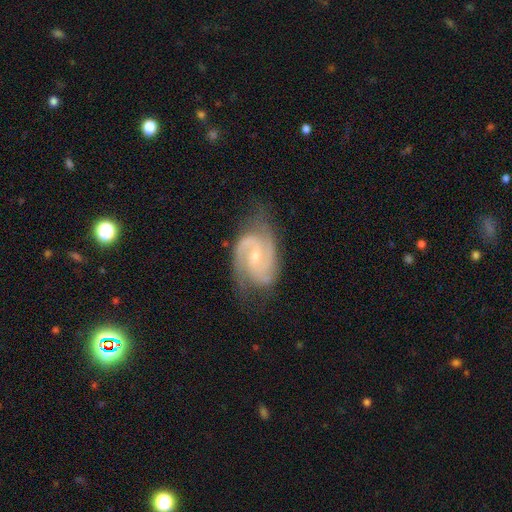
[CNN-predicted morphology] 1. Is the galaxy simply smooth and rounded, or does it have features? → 90% featured or disk, 5% star or artifact, 5% smooth.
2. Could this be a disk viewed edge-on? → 97% no, 3% yes.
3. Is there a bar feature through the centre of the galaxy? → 46% weak, 41% no, 13% strong.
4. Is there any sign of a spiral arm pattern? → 98% yes, 2% no.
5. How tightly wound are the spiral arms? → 52% medium, 35% tight, 12% loose.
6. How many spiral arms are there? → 79% 2, 11% 3, 4% can't tell, 2% 4, 2% 1, 2% more than 4.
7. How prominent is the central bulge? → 58% small, 39% moderate, 1% none, 1% large, 1% dominant.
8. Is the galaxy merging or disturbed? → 69% none, 22% minor disturbance, 7% major disturbance, 1% merger.